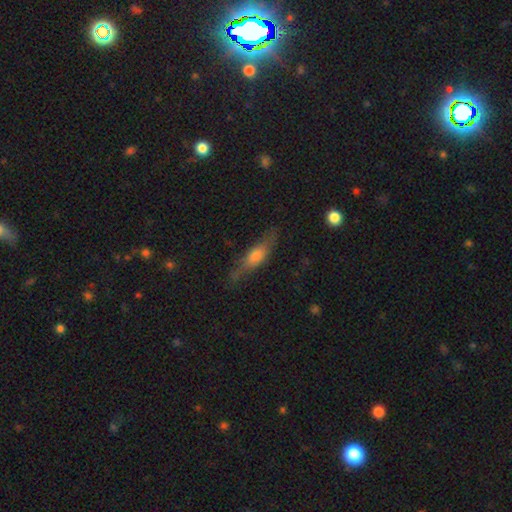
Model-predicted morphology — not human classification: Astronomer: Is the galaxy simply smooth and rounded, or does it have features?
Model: featured or disk — 48% (runner-up: smooth, 45%).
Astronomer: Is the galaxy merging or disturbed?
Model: none — 75%.